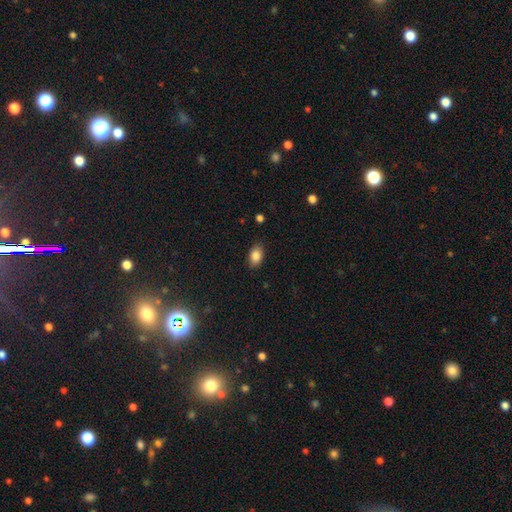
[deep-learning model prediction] smooth 85%, star or artifact 8%, featured or disk 6%. Down the decision tree: how rounded — in between (87%); merging — none (85%).